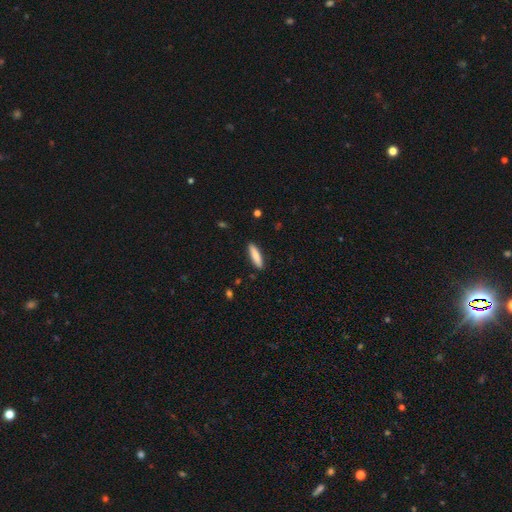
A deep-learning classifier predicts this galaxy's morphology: This appears to be a smooth galaxy with no disk features (83%) that is cigar-shaped (77%). Merging: none (90%).